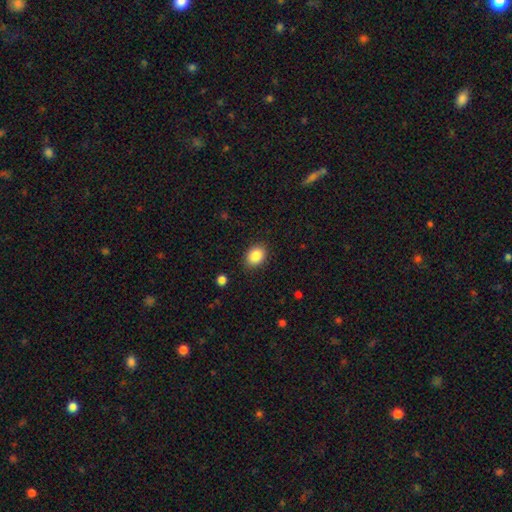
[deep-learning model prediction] Smooth or featured? Predicted: smooth (p=0.87). How rounded? Predicted: in between (p=0.67). Merging? Predicted: none (p=0.88).